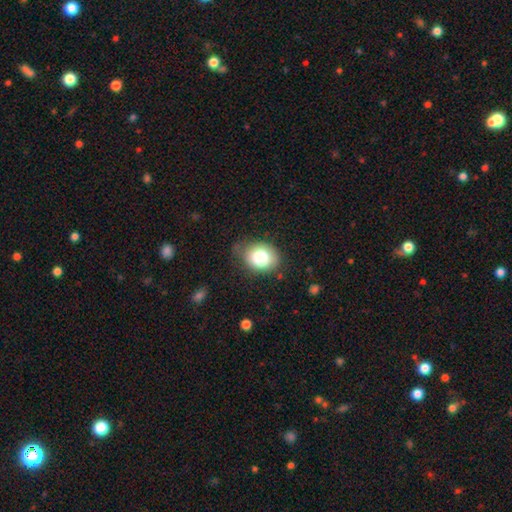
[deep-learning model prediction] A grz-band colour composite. It shows a smooth galaxy with no disk features (80%) that is in between round and cigar-shaped (51%). Merging: none (71%).